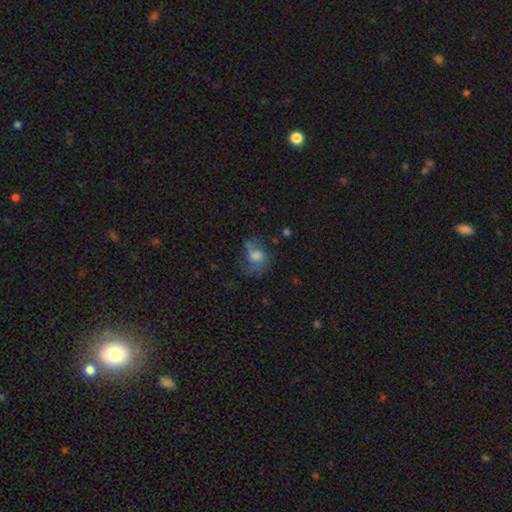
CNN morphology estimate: Smooth or featured? featured or disk (45%)
Merging? none (40%)